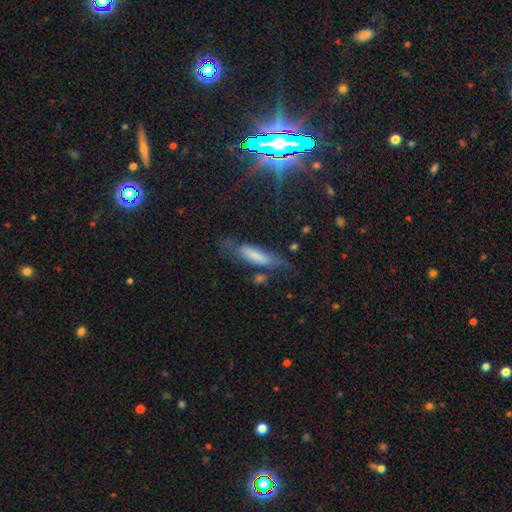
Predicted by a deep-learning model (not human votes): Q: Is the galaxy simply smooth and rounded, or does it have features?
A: smooth — 64%.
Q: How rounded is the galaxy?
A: cigar-shaped — 65%.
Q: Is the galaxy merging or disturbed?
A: none — 51%.